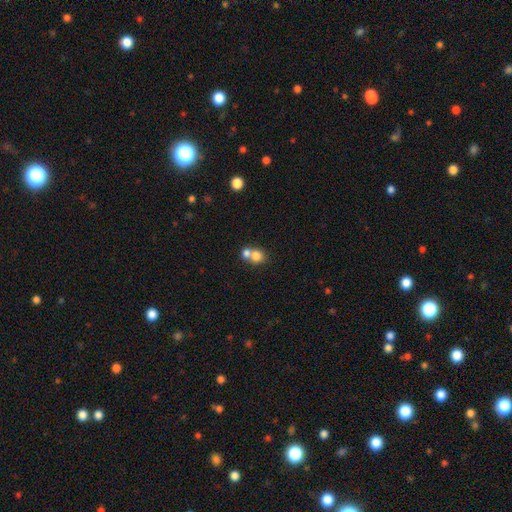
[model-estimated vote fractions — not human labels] The model was most divided on "merging": merger: 60%, none: 33%, minor disturbance: 5%, major disturbance: 2%. More confident: how rounded — round (78%); smooth or featured — smooth (77%).